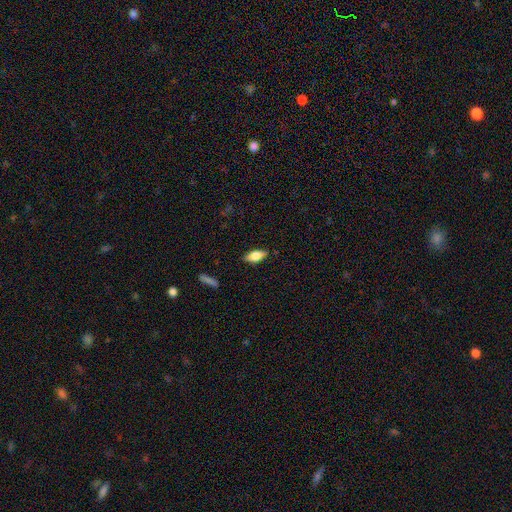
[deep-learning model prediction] smooth_or_featured: smooth (p=0.66) [alt: featured or disk p=0.27]
how_rounded: in between (p=0.79) [alt: cigar-shaped p=0.18]
merging: none (p=0.85) [alt: minor disturbance p=0.12]